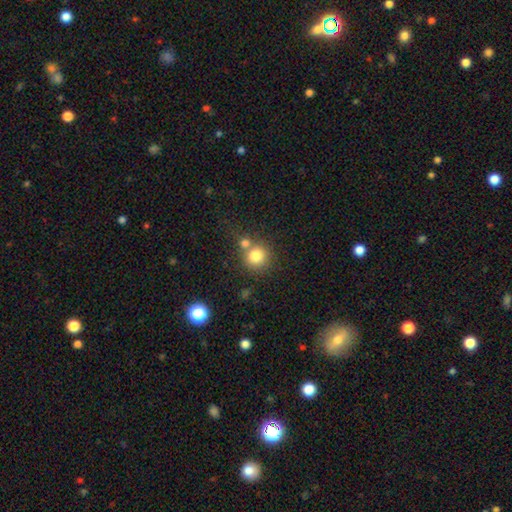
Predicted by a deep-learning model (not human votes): smooth_or_featured: smooth (p=0.80) [alt: star or artifact p=0.11]
how_rounded: round (p=0.91) [alt: in between p=0.08]
merging: none (p=0.58) [alt: merger p=0.30]